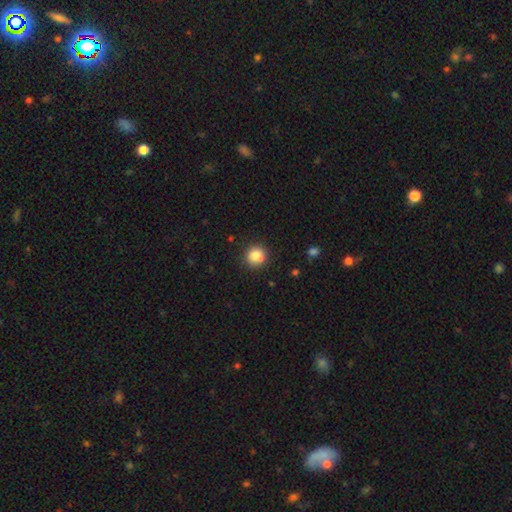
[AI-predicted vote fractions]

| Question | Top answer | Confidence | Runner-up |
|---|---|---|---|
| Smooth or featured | smooth | 81% | star or artifact (11%) |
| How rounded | round | 90% | in between (9%) |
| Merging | none | 74% | minor disturbance (13%) |